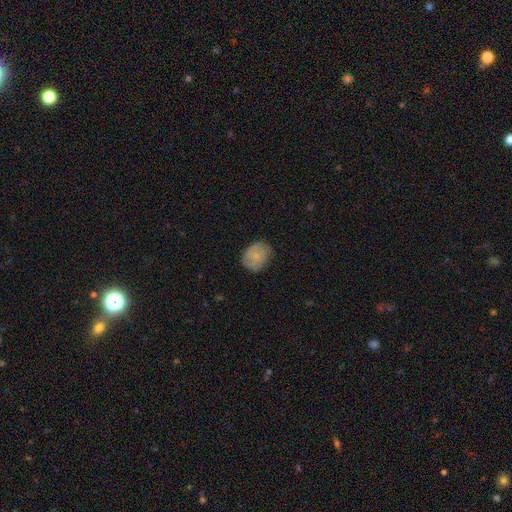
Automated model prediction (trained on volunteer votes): Smooth or featured? smooth (70%)
How rounded? round (52%)
Merging? none (73%)